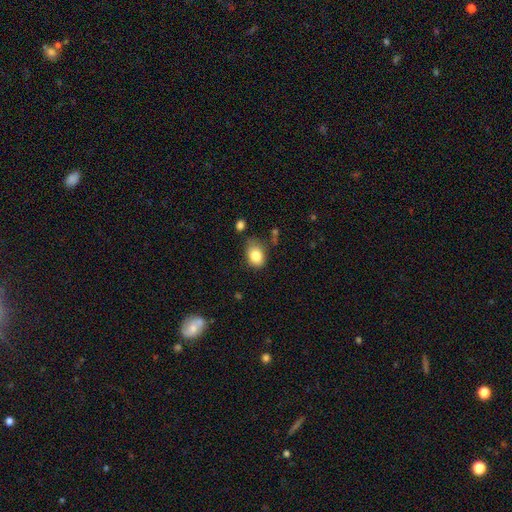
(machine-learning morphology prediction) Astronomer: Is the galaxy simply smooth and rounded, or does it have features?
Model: smooth — 83%.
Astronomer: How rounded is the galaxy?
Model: in between — 77%.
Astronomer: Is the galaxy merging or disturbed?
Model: none — 61%.